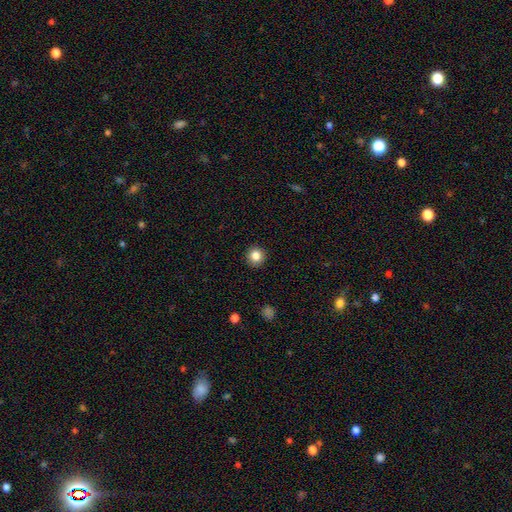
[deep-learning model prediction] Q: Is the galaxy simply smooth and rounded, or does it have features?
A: smooth — 84%.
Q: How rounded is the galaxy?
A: round — 94%.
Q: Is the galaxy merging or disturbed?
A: none — 93%.